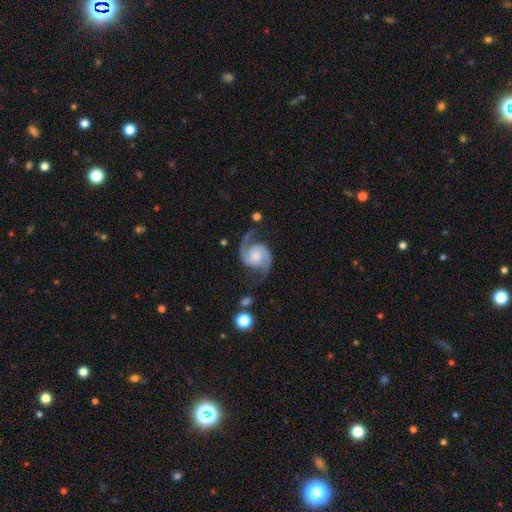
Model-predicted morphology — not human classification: The model was most divided on "bulge size": moderate: 35%, small: 32%, none: 16%, large: 14%, dominant: 3%. More confident: edge-on disk — no (98%); spiral arms — yes (98%); spiral arm count — 2 (94%); smooth or featured — featured or disk (90%); merging — none (73%); bar — no (61%); spiral winding — medium (52%).